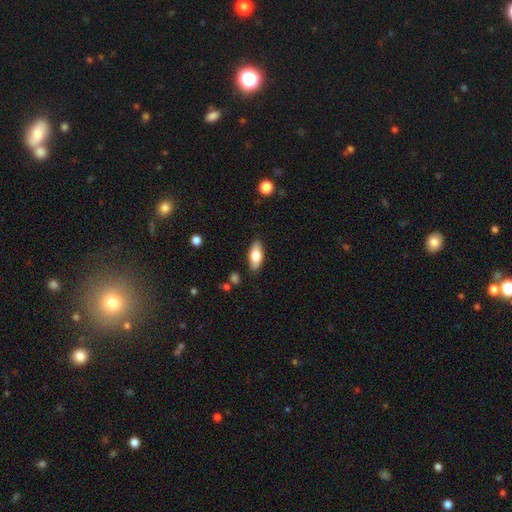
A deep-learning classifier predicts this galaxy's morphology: A smooth galaxy with no disk features (73%) that is in between round and cigar-shaped (83%). Merging: none (86%).